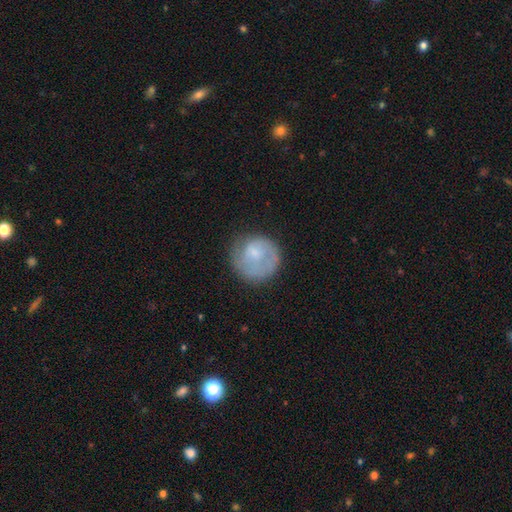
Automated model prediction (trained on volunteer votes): A smooth galaxy with no disk features (56%) that is round (89%).

Vote fractions:
- Smooth or featured? smooth: 56% / featured or disk: 37% / star or artifact: 7%
- How rounded? round: 89% / in between: 10% / cigar-shaped: 1%
- Merging? none: 66% / minor disturbance: 20% / major disturbance: 13% / merger: 2%